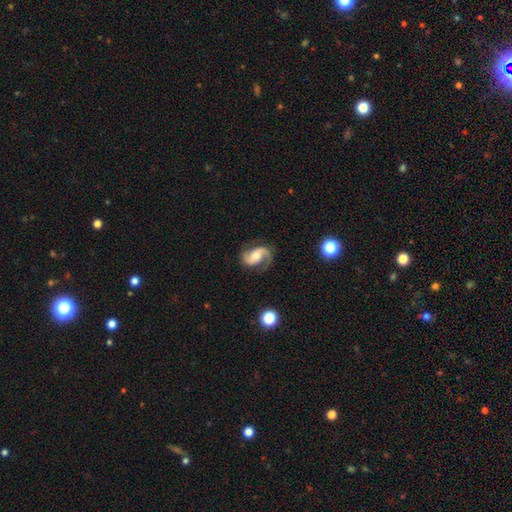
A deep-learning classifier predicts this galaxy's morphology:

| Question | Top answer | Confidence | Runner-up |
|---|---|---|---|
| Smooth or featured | featured or disk | 87% | smooth (8%) |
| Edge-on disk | no | 98% | yes (2%) |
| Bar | no | 43% | weak (38%) |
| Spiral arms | yes | 97% | no (3%) |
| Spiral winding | medium | 46% | loose (40%) |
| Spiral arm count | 2 | 92% | 1 (3%) |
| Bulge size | moderate | 58% | small (26%) |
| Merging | none | 78% | minor disturbance (14%) |